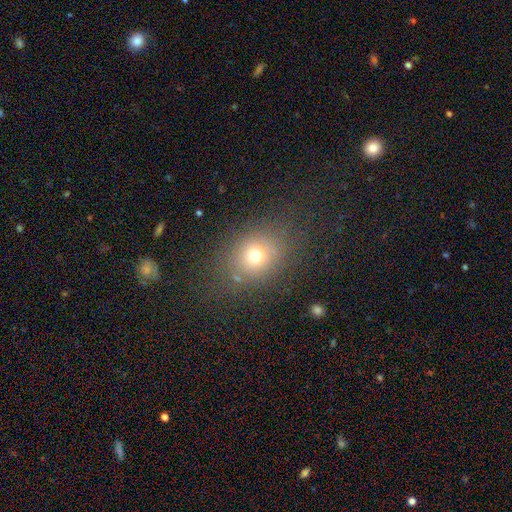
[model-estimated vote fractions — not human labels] Smooth or featured? smooth (70%)
How rounded? round (59%)
Merging? none (75%)